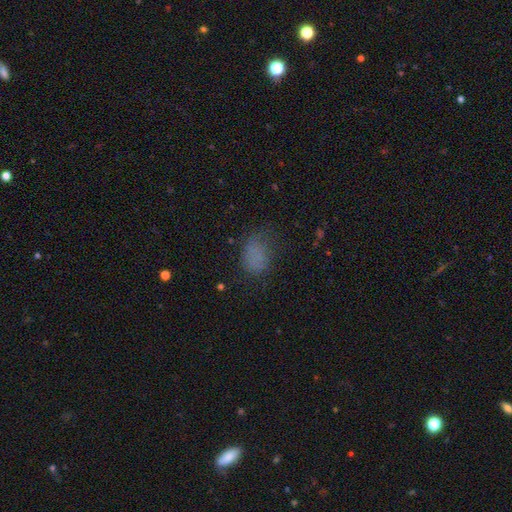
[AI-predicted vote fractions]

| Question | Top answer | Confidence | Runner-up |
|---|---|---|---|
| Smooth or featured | smooth | 71% | star or artifact (18%) |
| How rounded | in between | 73% | round (25%) |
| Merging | none | 56% | minor disturbance (25%) |